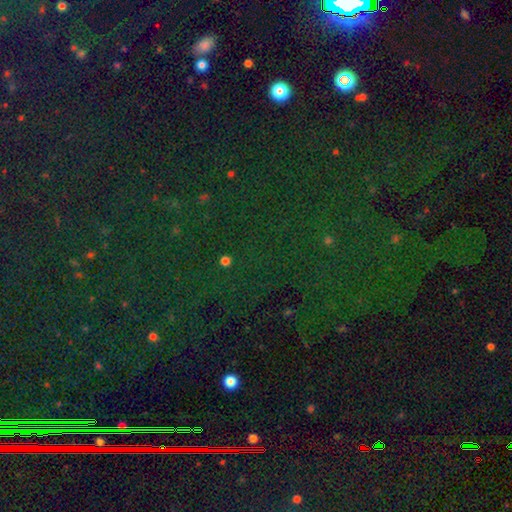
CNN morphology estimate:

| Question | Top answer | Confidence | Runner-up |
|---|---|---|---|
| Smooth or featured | star or artifact | 82% | smooth (11%) |